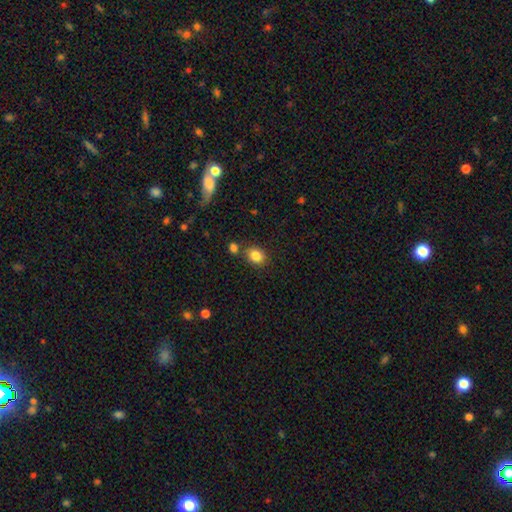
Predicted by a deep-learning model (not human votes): smooth_or_featured: smooth (p=0.85) [alt: star or artifact p=0.09]
how_rounded: round (p=0.50) [alt: in between p=0.49]
merging: none (p=0.74) [alt: merger p=0.11]